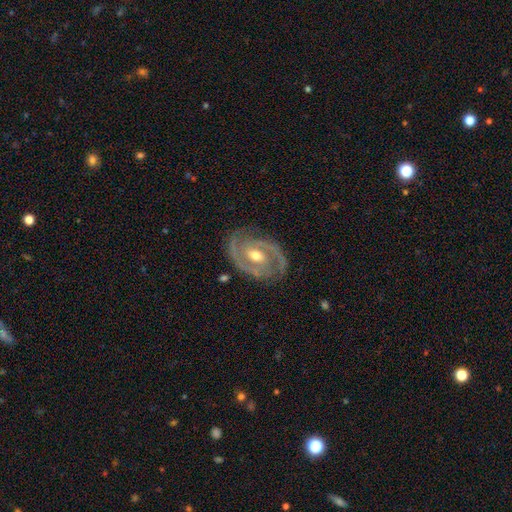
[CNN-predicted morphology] A featured or disk galaxy (91%) with a weak bar (41%), 2 (89%) tight (54%) spiral arms (97%) and a moderate central bulge (69%). Merging: none (82%).